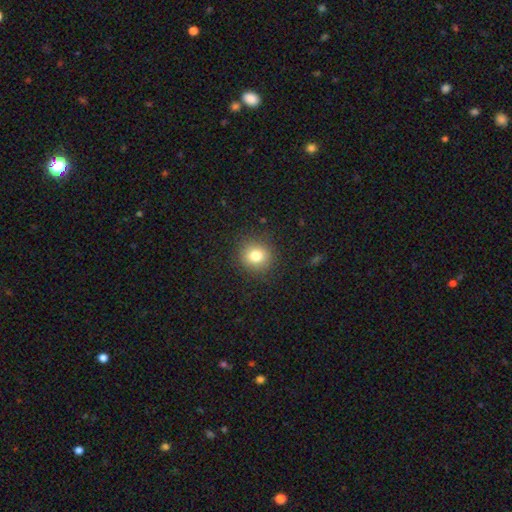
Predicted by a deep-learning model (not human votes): Q: Smooth or featured?
A: smooth (79%); runner-up: star or artifact (12%)
Q: How rounded?
A: round (89%); runner-up: in between (10%)
Q: Merging?
A: none (89%); runner-up: minor disturbance (7%)